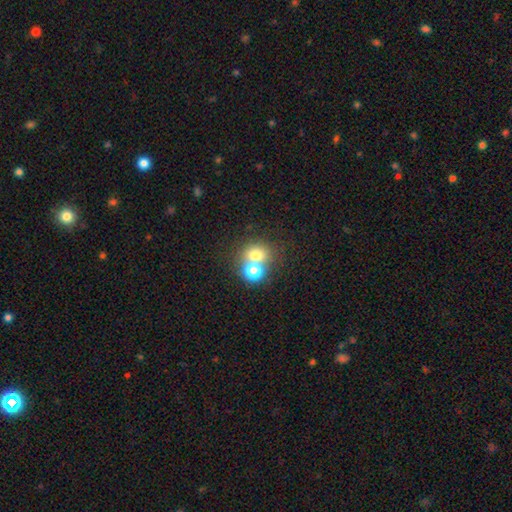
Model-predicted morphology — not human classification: Smooth or featured?
  - smooth: 69% *
  - star or artifact: 16%
  - featured or disk: 14%
How rounded?
  - round: 74% *
  - in between: 25%
  - cigar-shaped: 1%
Merging?
  - merger: 51% *
  - none: 40%
  - minor disturbance: 6%
  - major disturbance: 3%